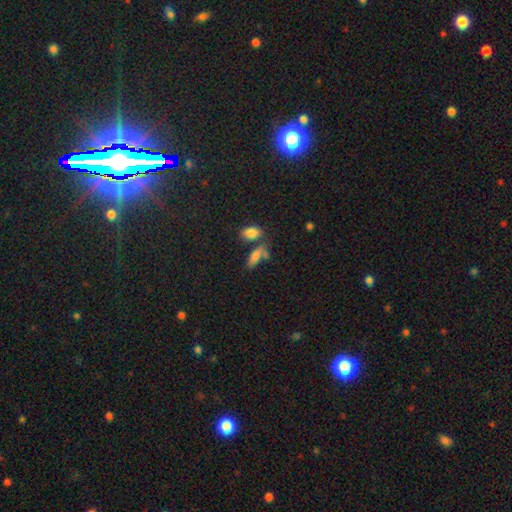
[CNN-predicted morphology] Smooth or featured?
  - smooth: 77% *
  - featured or disk: 12%
  - star or artifact: 11%
How rounded?
  - in between: 75% *
  - cigar-shaped: 21%
  - round: 5%
Merging?
  - none: 49% *
  - merger: 30%
  - minor disturbance: 15%
  - major disturbance: 7%